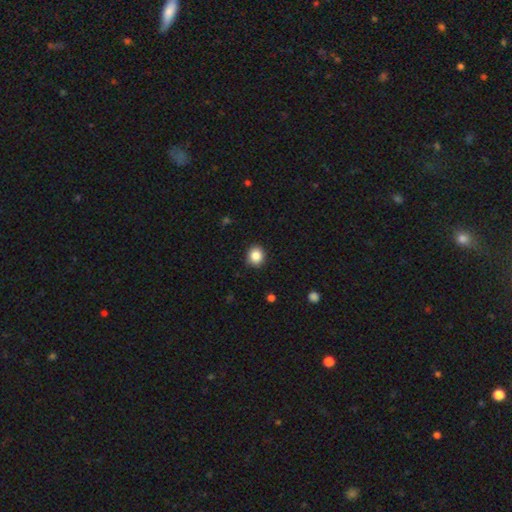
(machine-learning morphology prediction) This is clearly a smooth galaxy (86%). How rounded: likely round (80%). Merging: clearly none (90%).